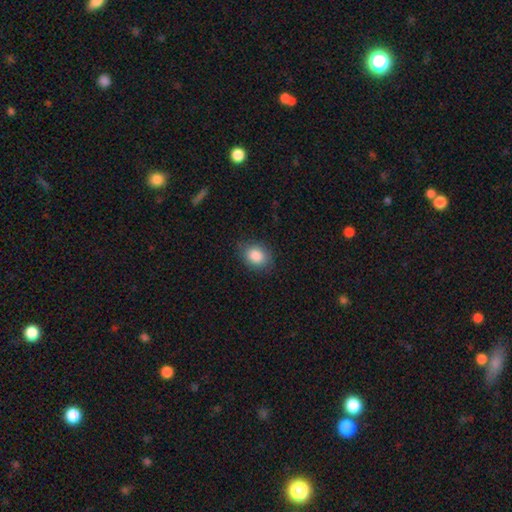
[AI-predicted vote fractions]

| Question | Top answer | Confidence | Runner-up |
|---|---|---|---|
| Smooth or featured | smooth | 86% | star or artifact (8%) |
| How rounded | in between | 56% | round (43%) |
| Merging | none | 81% | minor disturbance (14%) |